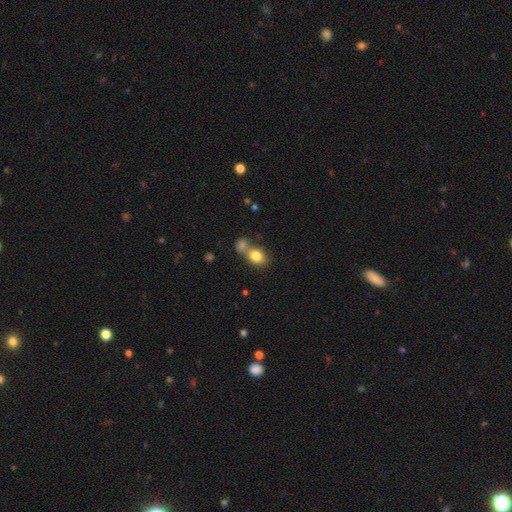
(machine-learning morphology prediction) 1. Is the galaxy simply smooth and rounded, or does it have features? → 81% smooth, 10% featured or disk, 9% star or artifact.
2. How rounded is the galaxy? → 67% in between, 32% round, 1% cigar-shaped.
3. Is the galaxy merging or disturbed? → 43% none, 42% merger, 11% minor disturbance, 4% major disturbance.